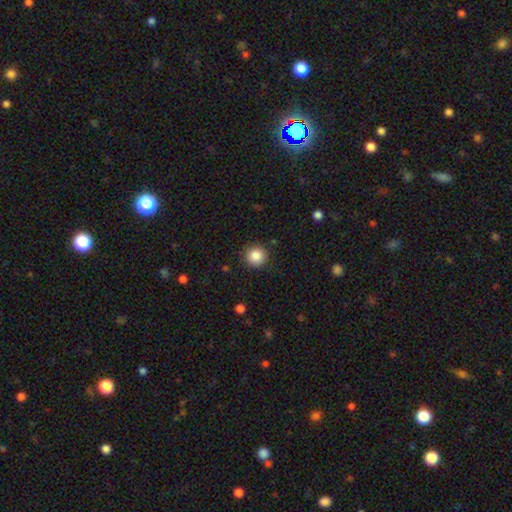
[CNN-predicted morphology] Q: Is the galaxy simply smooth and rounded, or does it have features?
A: smooth — 86%.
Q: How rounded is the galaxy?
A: round — 94%.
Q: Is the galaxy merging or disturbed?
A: none — 90%.